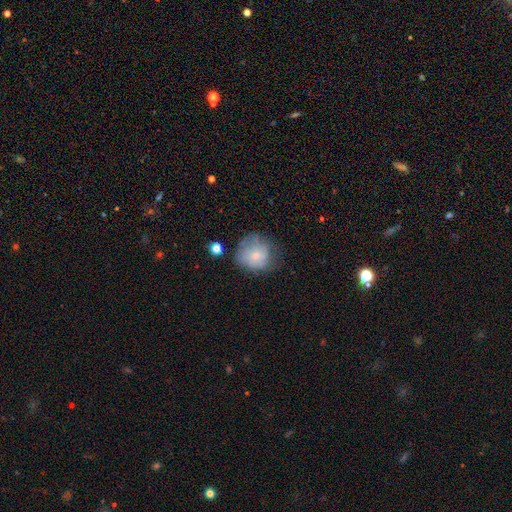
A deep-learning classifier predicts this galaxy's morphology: Smooth or featured? smooth (62%)
How rounded? round (82%)
Merging? none (54%)